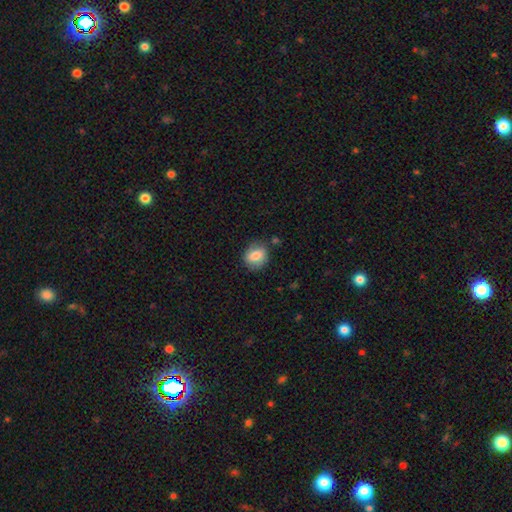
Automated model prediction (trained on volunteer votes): smooth_or_featured: smooth (p=0.77) [alt: featured or disk p=0.15]
how_rounded: round (p=0.58) [alt: in between p=0.41]
merging: none (p=0.75) [alt: minor disturbance p=0.17]